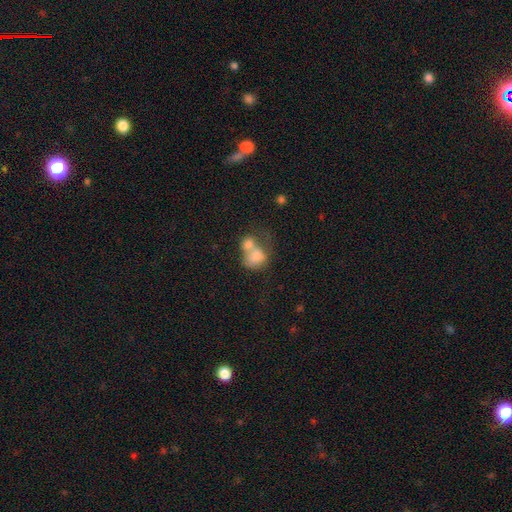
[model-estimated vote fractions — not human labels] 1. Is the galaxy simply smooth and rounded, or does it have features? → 71% smooth, 20% featured or disk, 9% star or artifact.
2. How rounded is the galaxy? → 50% in between, 49% round, 1% cigar-shaped.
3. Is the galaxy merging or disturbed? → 69% merger, 16% none, 8% minor disturbance, 8% major disturbance.